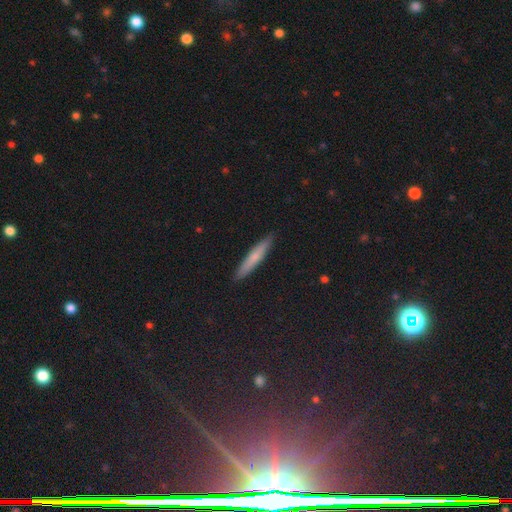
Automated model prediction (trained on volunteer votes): Smooth or featured? smooth (67%)
How rounded? cigar-shaped (92%)
Merging? none (91%)